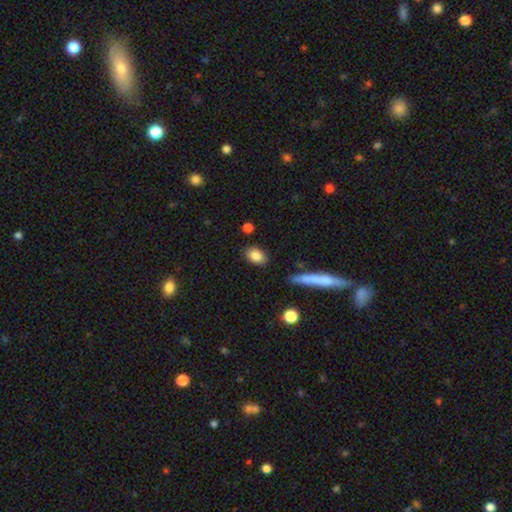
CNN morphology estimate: This is clearly a smooth galaxy (85%). How rounded: likely in between (79%). Merging: clearly none (84%).